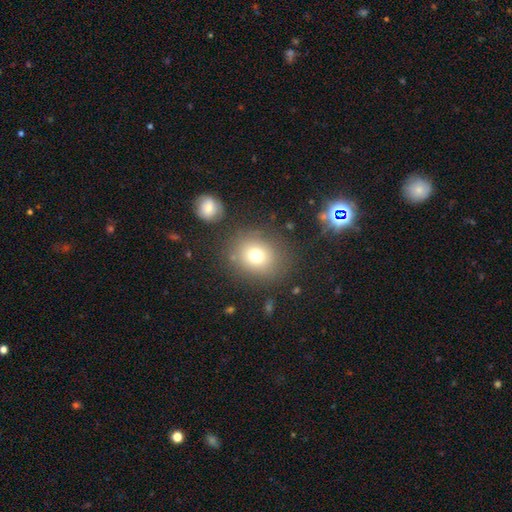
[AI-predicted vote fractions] smooth_or_featured: smooth (p=0.74) [alt: star or artifact p=0.14]
how_rounded: round (p=0.71) [alt: in between p=0.28]
merging: none (p=0.77) [alt: minor disturbance p=0.12]